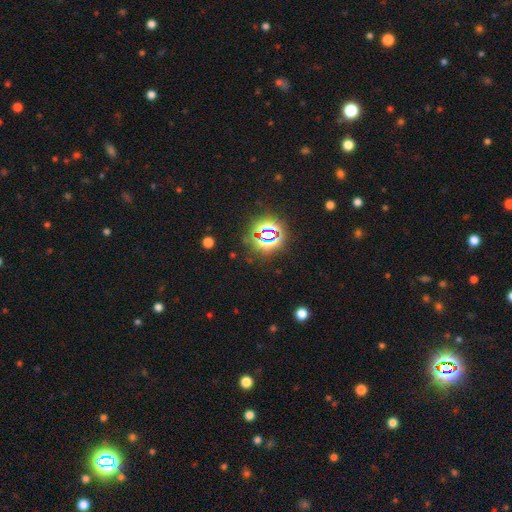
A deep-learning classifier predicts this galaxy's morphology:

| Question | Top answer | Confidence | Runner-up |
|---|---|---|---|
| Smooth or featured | star or artifact | 82% | smooth (12%) |